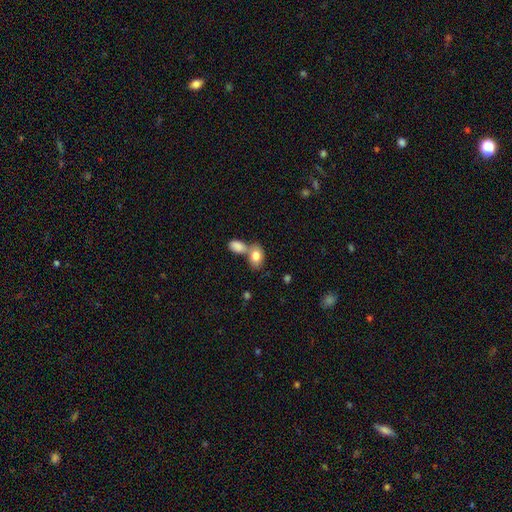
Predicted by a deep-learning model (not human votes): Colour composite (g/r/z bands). It shows a smooth galaxy with no disk features (82%) that is in between round and cigar-shaped (85%). Merging: merger (51%).